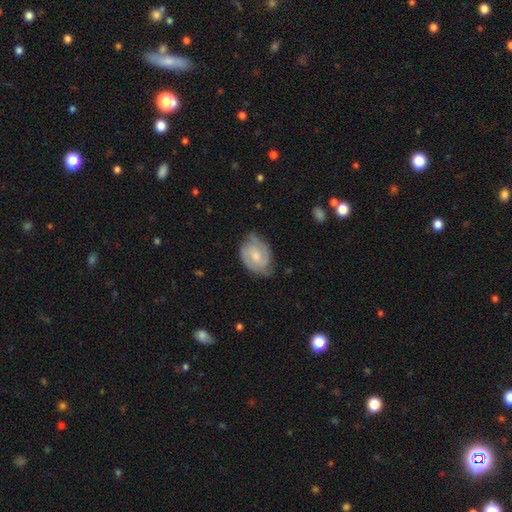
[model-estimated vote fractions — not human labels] Morphology: type=featured or disk (63%); edge-on=no (97%); bar=no (56%); spiral arms=yes (88%); winding=tight (50%); arm count=2 (57%); bulge=small (48%); merging=none (61%).